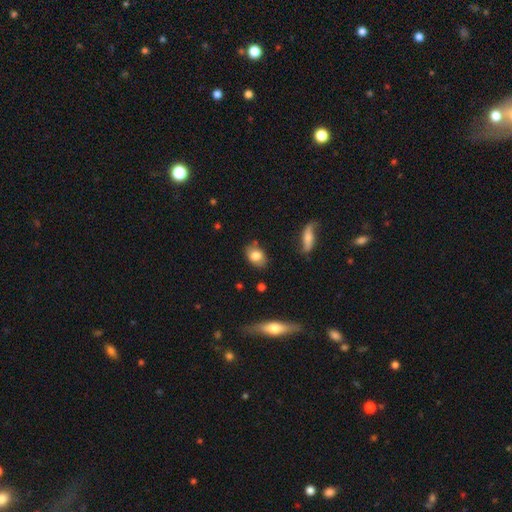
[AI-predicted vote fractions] Smooth or featured: smooth — 79% (featured or disk — 13%)
How rounded: in between — 80% (round — 18%)
Merging: none — 74% (minor disturbance — 19%)